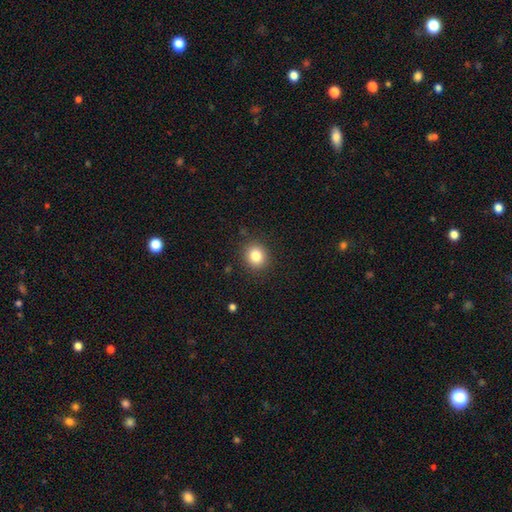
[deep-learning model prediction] Smooth or featured? smooth (83%)
How rounded? round (79%)
Merging? none (88%)